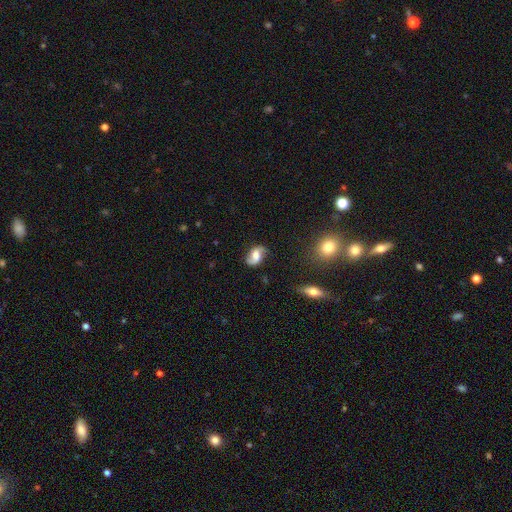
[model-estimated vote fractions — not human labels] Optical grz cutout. It shows a featured or disk galaxy (70%) with no bar (53%), 2 (92%) loose (52%) spiral arms (94%) and a moderate central bulge (36%). Merging: none (76%).